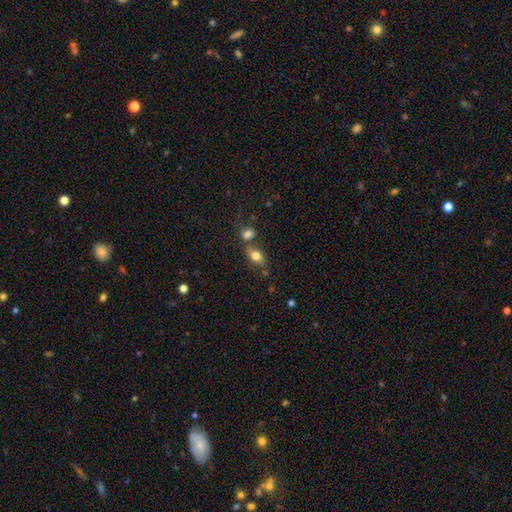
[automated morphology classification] This is likely a smooth galaxy (79%). How rounded: clearly in between (81%). Merging: possibly none (57%).